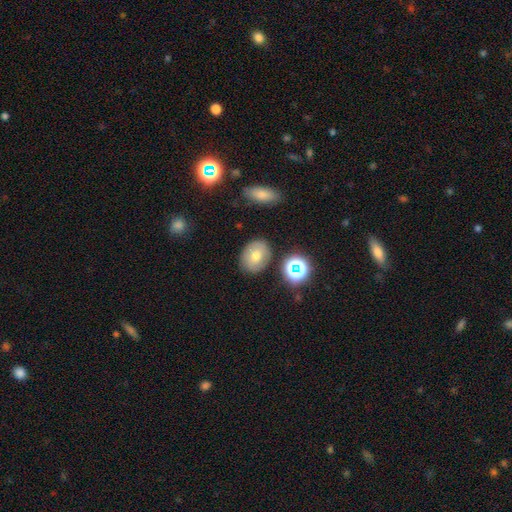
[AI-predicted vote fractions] Smooth or featured: smooth — 58% (featured or disk — 23%)
How rounded: in between — 58% (round — 41%)
Merging: none — 82% (minor disturbance — 11%)